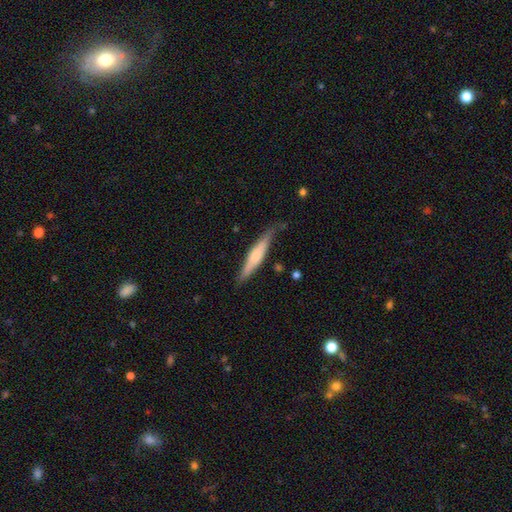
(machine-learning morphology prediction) A smooth galaxy with no disk features (54%) that is cigar-shaped (89%). Merging: none (79%).